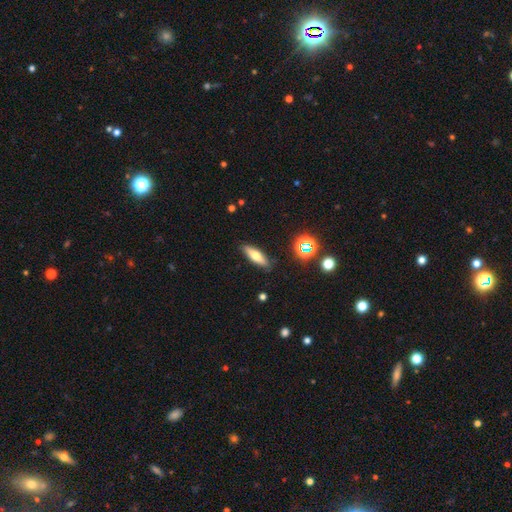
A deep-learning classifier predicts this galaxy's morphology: Smooth or featured?
  - smooth: 60% *
  - featured or disk: 30%
  - star or artifact: 9%
How rounded?
  - cigar-shaped: 54% *
  - in between: 43%
  - round: 3%
Merging?
  - none: 87% *
  - minor disturbance: 9%
  - major disturbance: 2%
  - merger: 2%